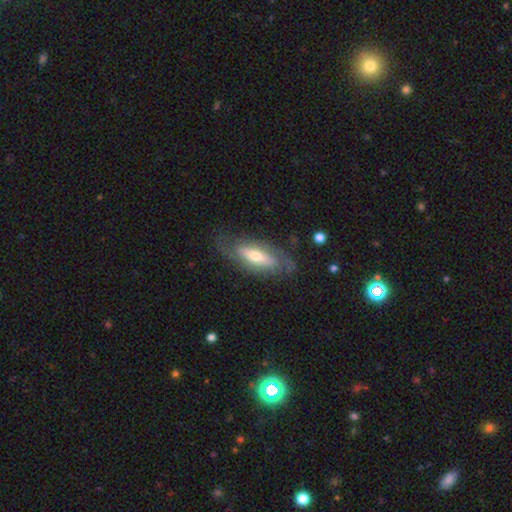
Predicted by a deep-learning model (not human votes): A featured or disk galaxy (62%).

Vote fractions:
- Smooth or featured? featured or disk: 62% / smooth: 33% / star or artifact: 6%
- Edge-on disk? no: 74% / yes: 26%
- Merging? none: 71% / minor disturbance: 18% / major disturbance: 9% / merger: 2%